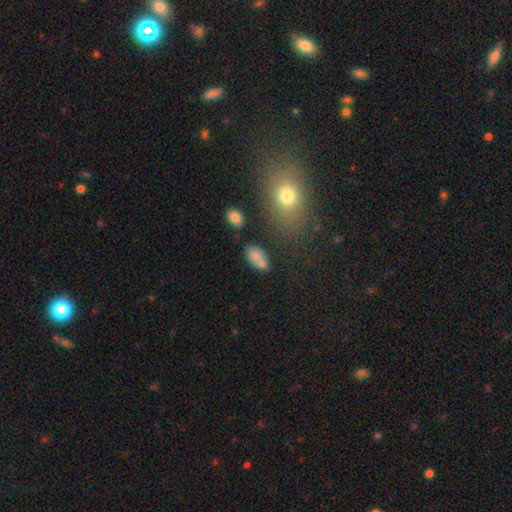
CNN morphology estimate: Smooth or featured: smooth — 76% (featured or disk — 14%)
How rounded: in between — 88% (round — 10%)
Merging: none — 48% (merger — 27%)